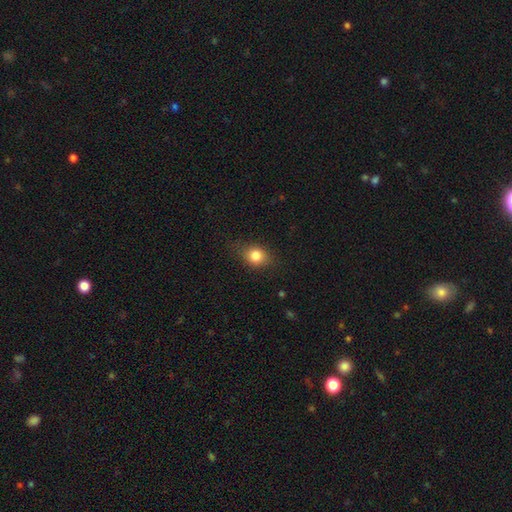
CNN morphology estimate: The model was most divided on "how rounded": round: 56%, in between: 43%, cigar-shaped: 2%. More confident: smooth or featured — smooth (82%); merging — none (76%).